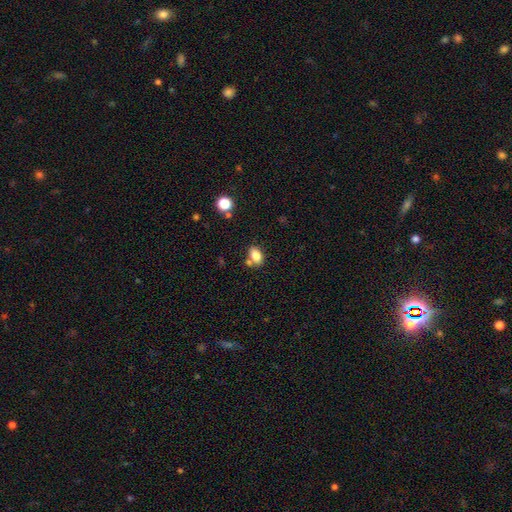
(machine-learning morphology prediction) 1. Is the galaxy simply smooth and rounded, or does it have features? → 81% smooth, 10% star or artifact, 9% featured or disk.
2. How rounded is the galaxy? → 81% in between, 17% round, 2% cigar-shaped.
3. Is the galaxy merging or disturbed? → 66% none, 17% merger, 13% minor disturbance, 4% major disturbance.